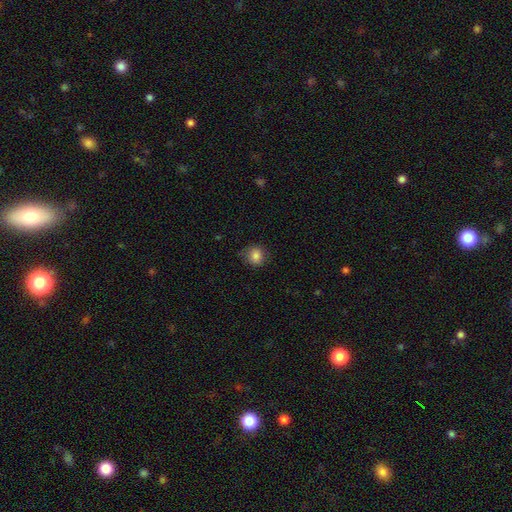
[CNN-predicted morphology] smooth-or-featured: smooth: 82% | star or artifact: 10% | featured or disk: 7%
  how-rounded: round: 77% | in between: 22% | cigar-shaped: 1%
  merging: none: 75% | minor disturbance: 18% | major disturbance: 5% | merger: 1%